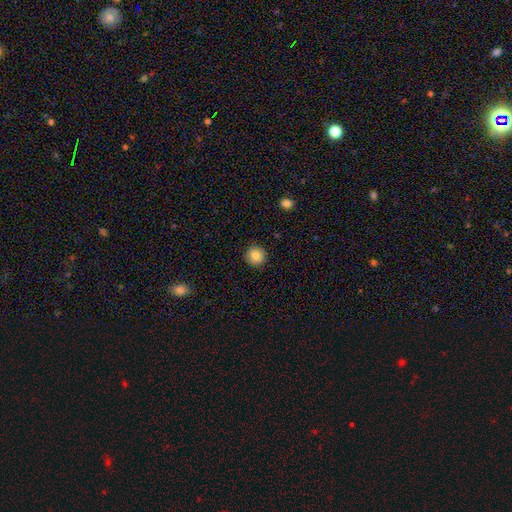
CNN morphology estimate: smooth 84%, star or artifact 9%, featured or disk 7%. Down the decision tree: how rounded — round (94%); merging — none (91%).